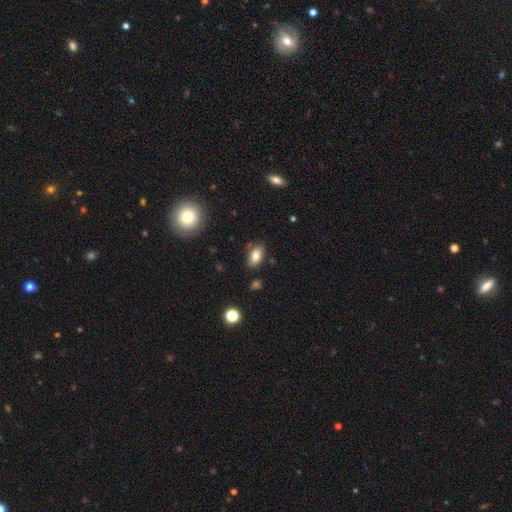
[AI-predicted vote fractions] Q: Smooth or featured?
A: smooth (81%); runner-up: featured or disk (10%)
Q: How rounded?
A: in between (90%); runner-up: round (7%)
Q: Merging?
A: none (83%); runner-up: minor disturbance (12%)